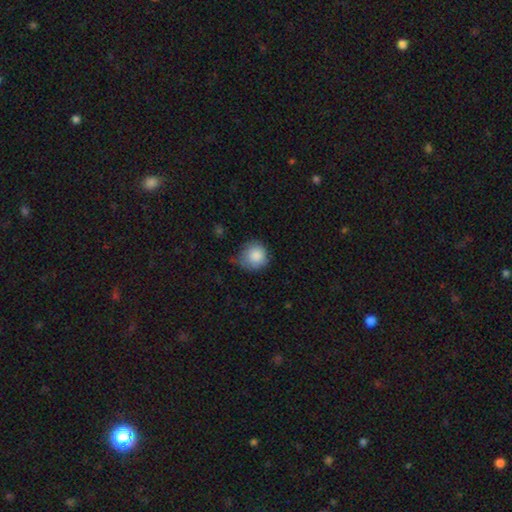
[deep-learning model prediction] This appears to be a smooth galaxy with no disk features (86%) that is round (88%). Merging: none (51%).